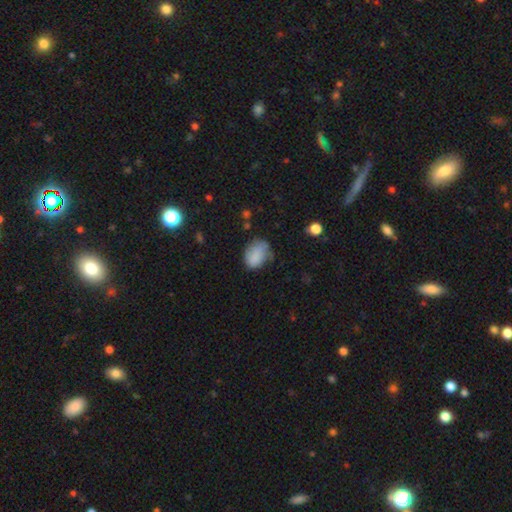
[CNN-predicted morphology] The model was most divided on "merging": none: 52%, minor disturbance: 34%, major disturbance: 11%, merger: 3%. More confident: smooth or featured — smooth (81%); how rounded — in between (77%).